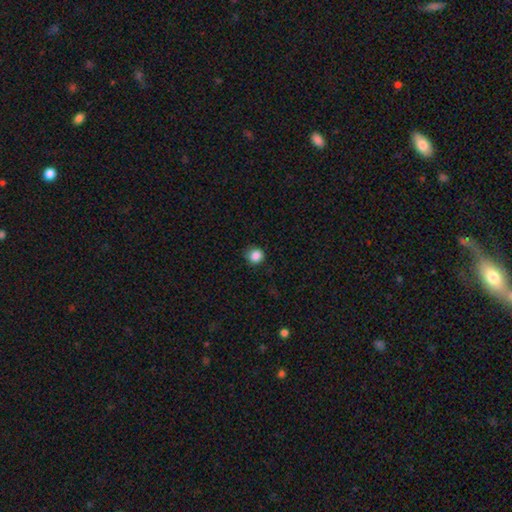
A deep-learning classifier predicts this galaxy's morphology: smooth-or-featured: smooth: 86% | star or artifact: 11% | featured or disk: 4%
  how-rounded: round: 88% | in between: 11% | cigar-shaped: 1%
  merging: none: 81% | minor disturbance: 15% | major disturbance: 3% | merger: 1%